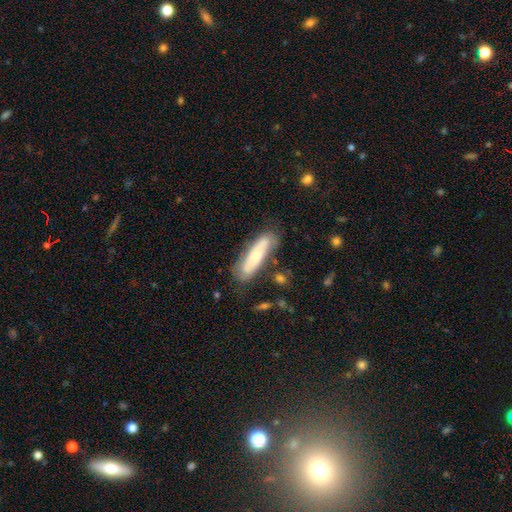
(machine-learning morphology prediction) smooth_or_featured: smooth (p=0.58) [alt: featured or disk p=0.36]
how_rounded: cigar-shaped (p=0.62) [alt: in between p=0.36]
merging: none (p=0.71) [alt: minor disturbance p=0.19]